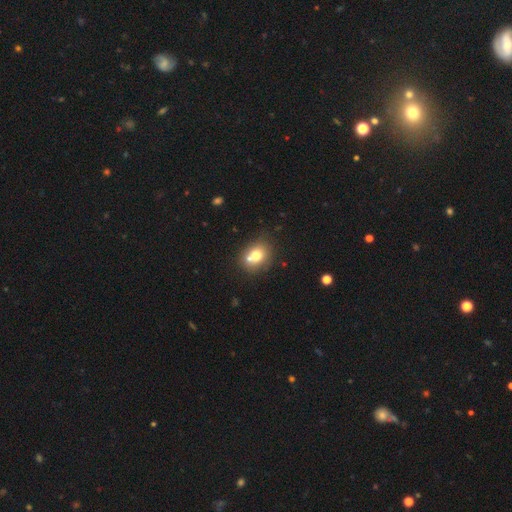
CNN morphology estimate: This appears to be a smooth galaxy with no disk features (72%) that is round (60%). Merging: none (55%).